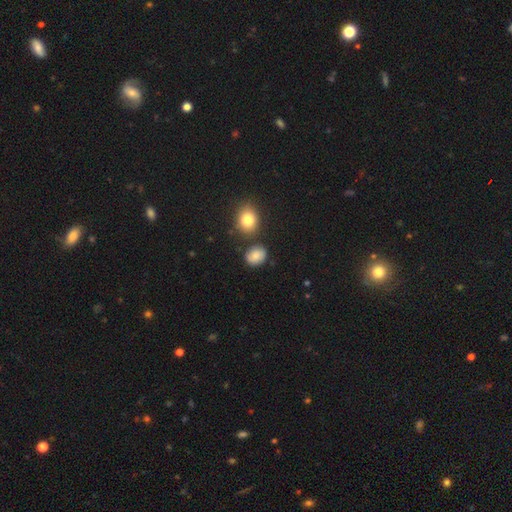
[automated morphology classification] This appears to be a smooth galaxy with no disk features (80%) that is round (53%). Merging: none (77%).